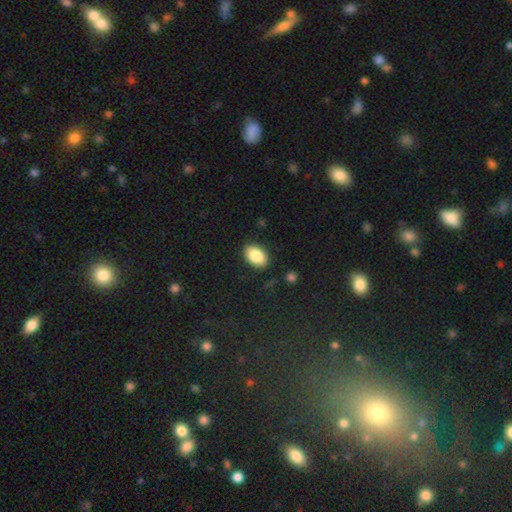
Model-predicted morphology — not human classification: A smooth galaxy with no disk features (85%) that is in between round and cigar-shaped (88%).

Vote fractions:
- Smooth or featured? smooth: 85% / featured or disk: 8% / star or artifact: 7%
- How rounded? in between: 88% / round: 11% / cigar-shaped: 1%
- Merging? none: 87% / minor disturbance: 9% / major disturbance: 2% / merger: 2%